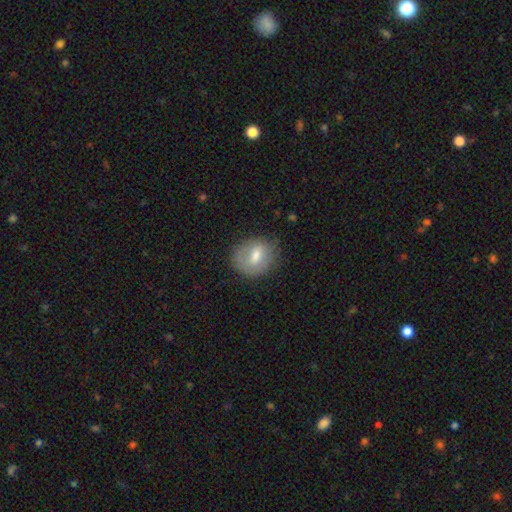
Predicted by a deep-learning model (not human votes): A smooth galaxy with no disk features (65%) that is round (63%). Merging: none (71%).